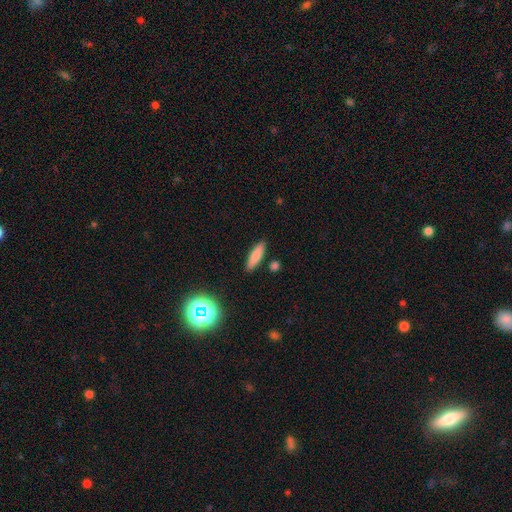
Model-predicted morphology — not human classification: The model was most divided on "how rounded": cigar-shaped: 62%, in between: 36%, round: 3%. More confident: merging — none (86%); smooth or featured — smooth (80%).